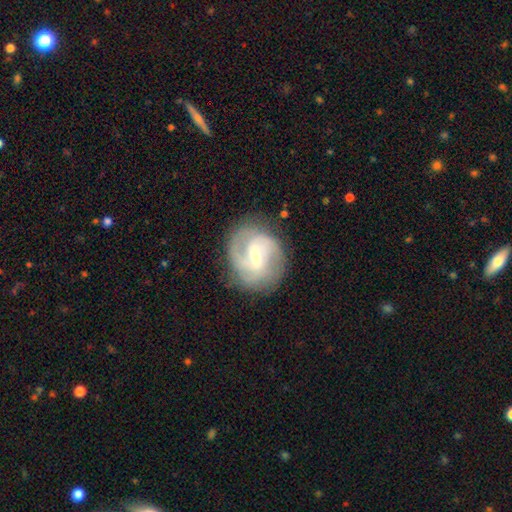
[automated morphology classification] featured or disk 80%, smooth 14%, star or artifact 6%. Down the decision tree: edge-on disk — no (98%); bar — weak (54%); spiral arms — yes (93%); spiral arm count — 2 (54%); spiral winding — medium (45%); bulge size — small (63%); merging — none (74%).